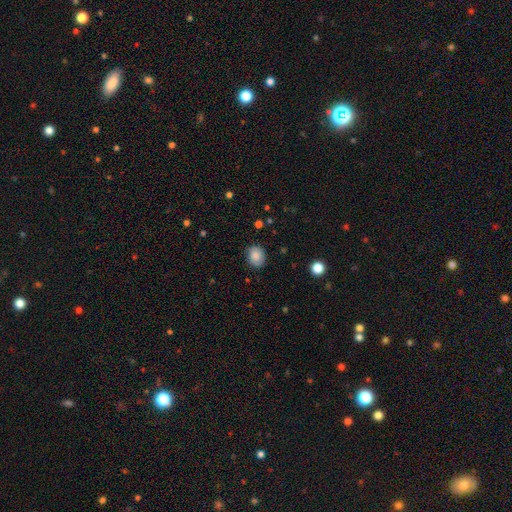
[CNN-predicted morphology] Smooth or featured: smooth — 86% (star or artifact — 8%)
How rounded: round — 60% (in between — 39%)
Merging: none — 85% (minor disturbance — 12%)